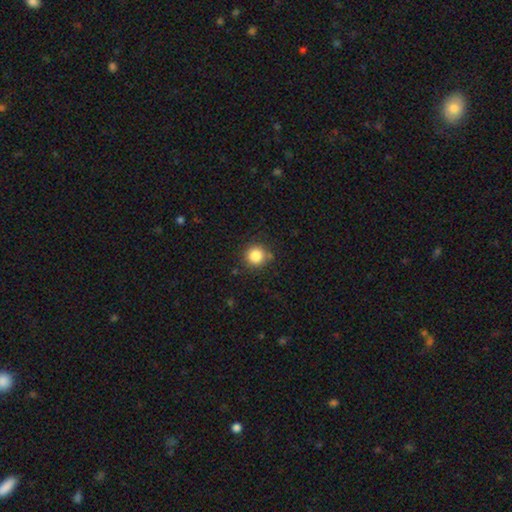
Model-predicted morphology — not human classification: This is clearly a smooth galaxy (84%). How rounded: clearly round (94%). Merging: clearly none (84%).